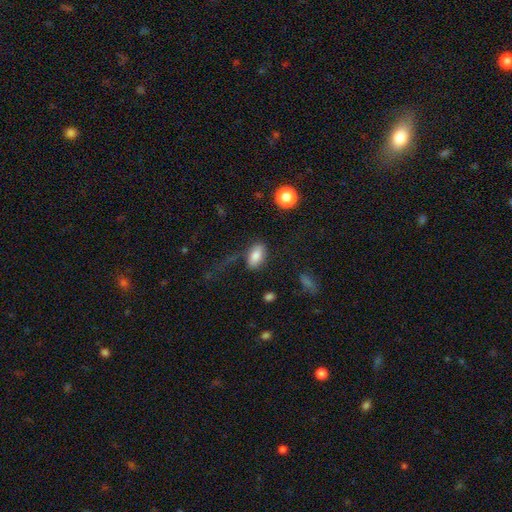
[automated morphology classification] Q: Smooth or featured?
A: smooth (83%); runner-up: featured or disk (9%)
Q: How rounded?
A: in between (91%); runner-up: round (5%)
Q: Merging?
A: none (75%); runner-up: minor disturbance (15%)